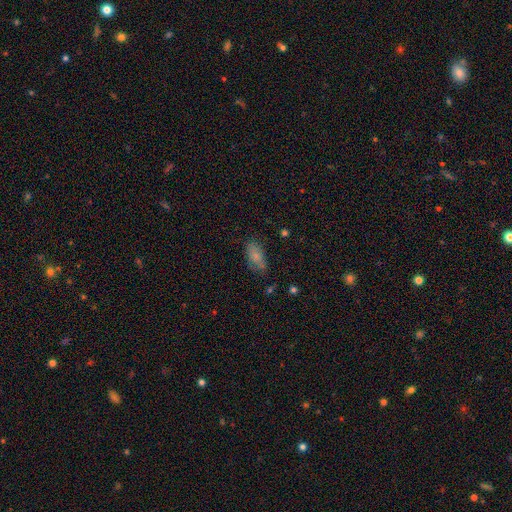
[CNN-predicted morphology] Smooth or featured? smooth (79%)
How rounded? in between (91%)
Merging? none (68%)